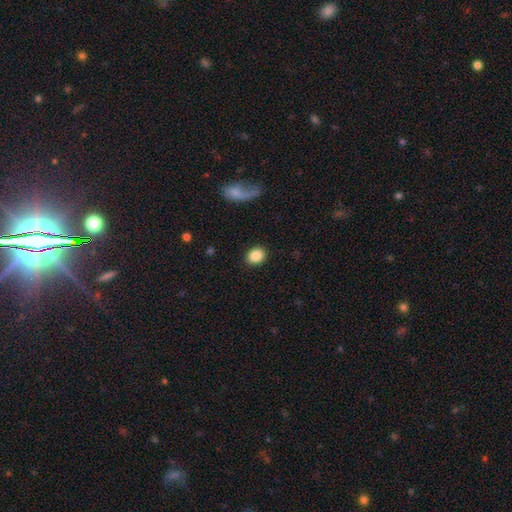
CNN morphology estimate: A smooth galaxy with no disk features (87%) that is round (58%). Merging: none (89%).